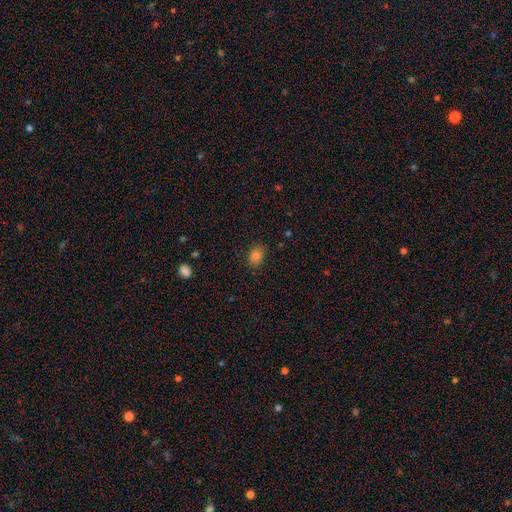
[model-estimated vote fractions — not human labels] Smooth or featured: smooth — 82% (star or artifact — 13%)
How rounded: in between — 63% (round — 36%)
Merging: none — 84% (minor disturbance — 12%)